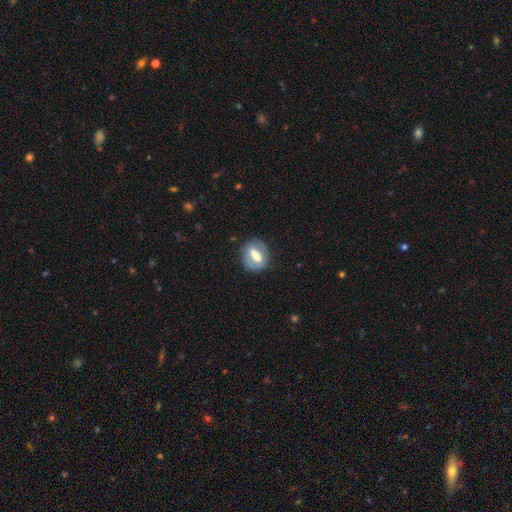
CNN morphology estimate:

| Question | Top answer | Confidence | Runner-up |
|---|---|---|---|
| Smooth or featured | smooth | 49% | featured or disk (43%) |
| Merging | none | 76% | minor disturbance (15%) |